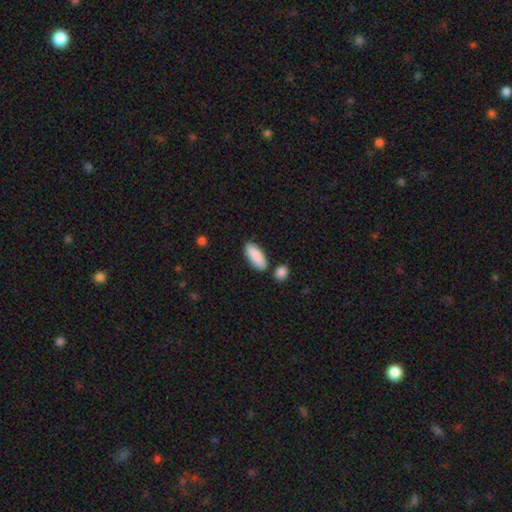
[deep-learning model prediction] This is clearly a smooth galaxy (89%). How rounded: likely in between (78%). Merging: clearly none (80%).